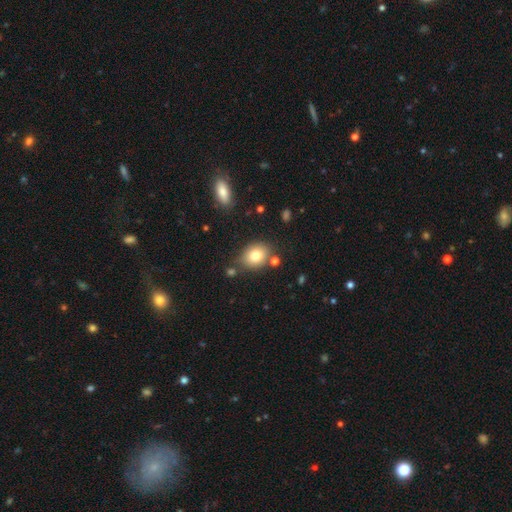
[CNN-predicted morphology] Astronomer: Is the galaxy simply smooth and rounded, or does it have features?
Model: smooth — 79%.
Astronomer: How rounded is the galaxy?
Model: in between — 51% (runner-up: round, 48%).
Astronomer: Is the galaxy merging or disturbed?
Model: none — 75%.